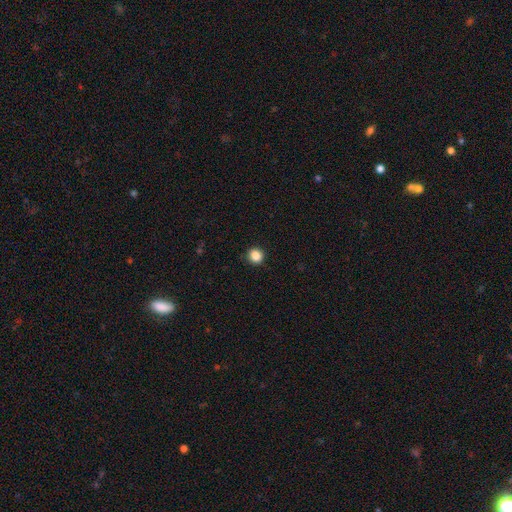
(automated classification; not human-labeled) smooth 86%, star or artifact 10%, featured or disk 3%. Down the decision tree: how rounded — round (90%); merging — none (92%).